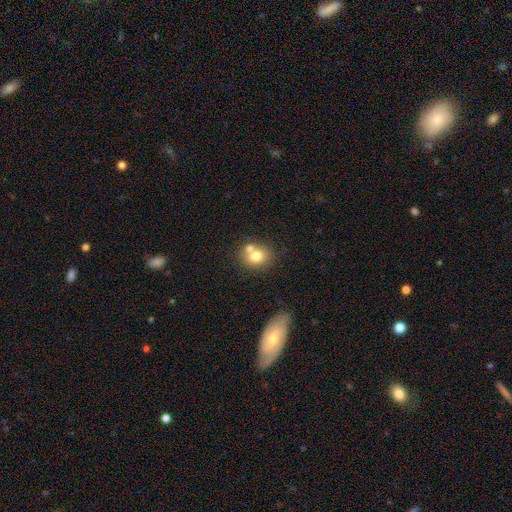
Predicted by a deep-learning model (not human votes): Morphology: type=smooth (74%); roundness=round (63%); merging=none (48%).